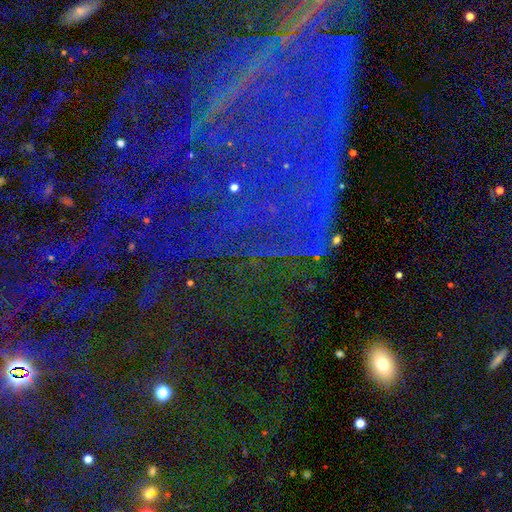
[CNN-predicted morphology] star or artifact 83%, featured or disk 9%, smooth 8%.